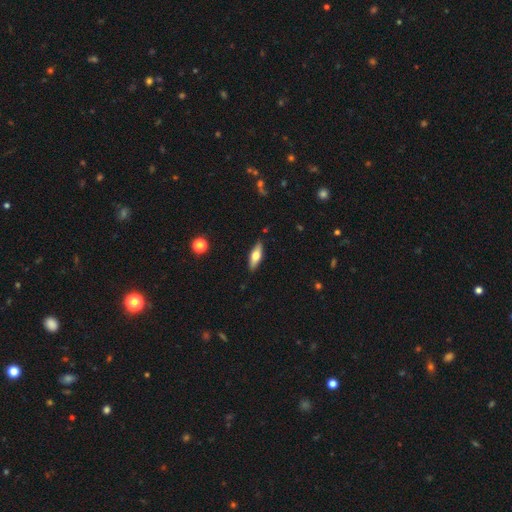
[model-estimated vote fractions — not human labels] This is possibly a smooth galaxy (55%). How rounded: possibly in between (55%). Merging: clearly none (88%).